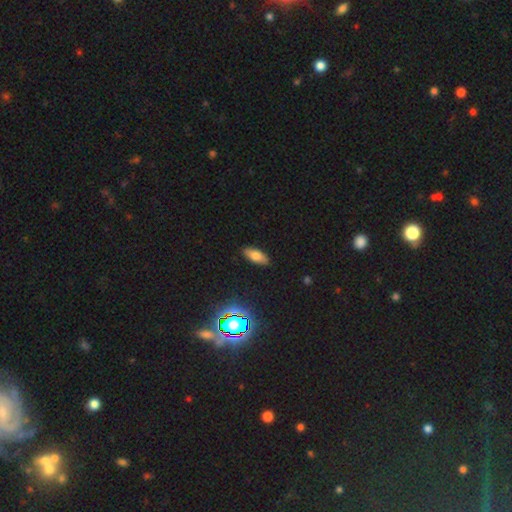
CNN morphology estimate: The model was most divided on "smooth or featured": smooth: 72%, featured or disk: 15%, star or artifact: 13%. More confident: merging — none (88%); how rounded — in between (80%).